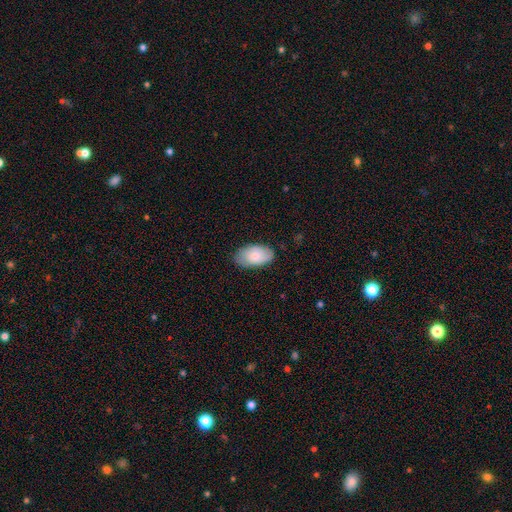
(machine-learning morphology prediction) Q: Smooth or featured?
A: smooth (79%); runner-up: featured or disk (15%)
Q: How rounded?
A: in between (95%); runner-up: round (4%)
Q: Merging?
A: none (80%); runner-up: minor disturbance (17%)